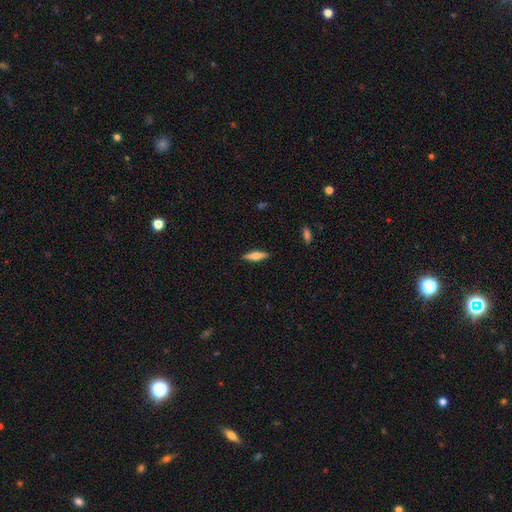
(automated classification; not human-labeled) A smooth galaxy with no disk features (52%) that is cigar-shaped (67%).

Vote fractions:
- Smooth or featured? smooth: 52% / featured or disk: 41% / star or artifact: 6%
- How rounded? cigar-shaped: 67% / in between: 31% / round: 2%
- Merging? none: 89% / minor disturbance: 8% / major disturbance: 2% / merger: 1%